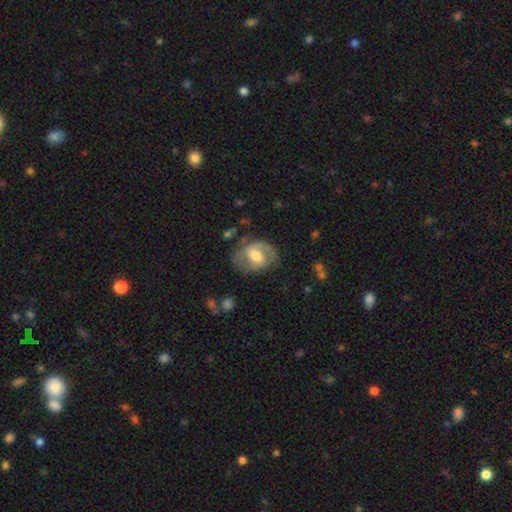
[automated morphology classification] smooth_or_featured: featured or disk (p=0.66) [alt: smooth p=0.28]
disk_edge_on: no (p=0.96) [alt: yes p=0.04]
bar: weak (p=0.49) [alt: strong p=0.28]
has_spiral_arms: yes (p=0.78) [alt: no p=0.22]
bulge_size: moderate (p=0.59) [alt: small p=0.22]
merging: none (p=0.69) [alt: minor disturbance p=0.19]